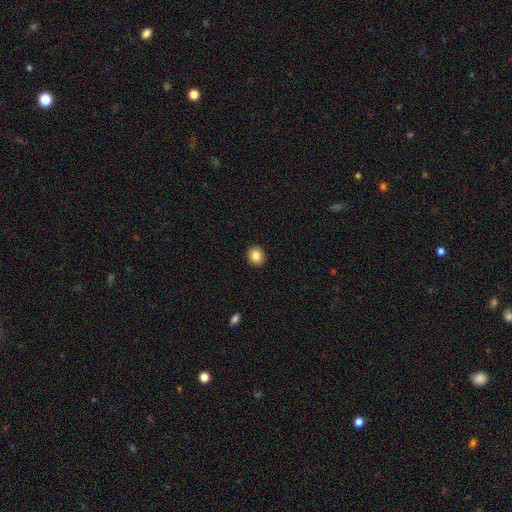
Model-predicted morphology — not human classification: This appears to be a smooth galaxy with no disk features (86%) that is round (75%). Merging: none (92%).